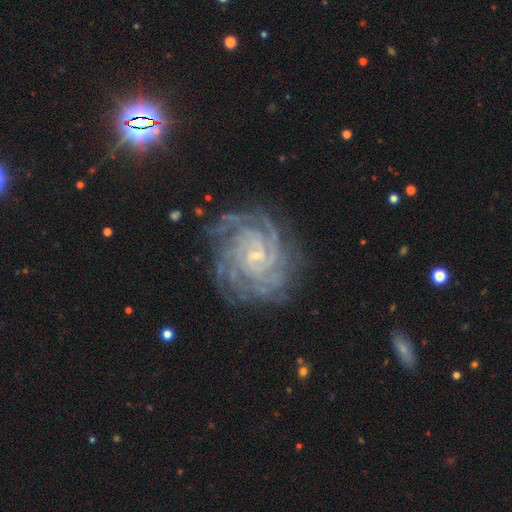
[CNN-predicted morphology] smooth_or_featured: featured or disk (p=0.90) [alt: star or artifact p=0.06]
disk_edge_on: no (p=0.98) [alt: yes p=0.02]
bar: no (p=0.52) [alt: weak p=0.35]
has_spiral_arms: yes (p=0.98) [alt: no p=0.02]
spiral_winding: tight (p=0.80) [alt: medium p=0.18]
spiral_arm_count: 4 (p=0.28) [alt: more than 4 p=0.20]
bulge_size: small (p=0.81) [alt: moderate p=0.13]
merging: none (p=0.78) [alt: minor disturbance p=0.15]